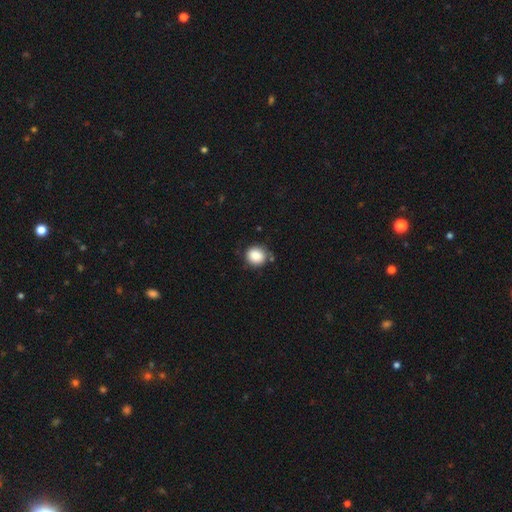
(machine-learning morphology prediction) smooth-or-featured: smooth: 87% | star or artifact: 8% | featured or disk: 4%
  how-rounded: round: 81% | in between: 18% | cigar-shaped: 1%
  merging: none: 73% | minor disturbance: 19% | major disturbance: 4% | merger: 3%